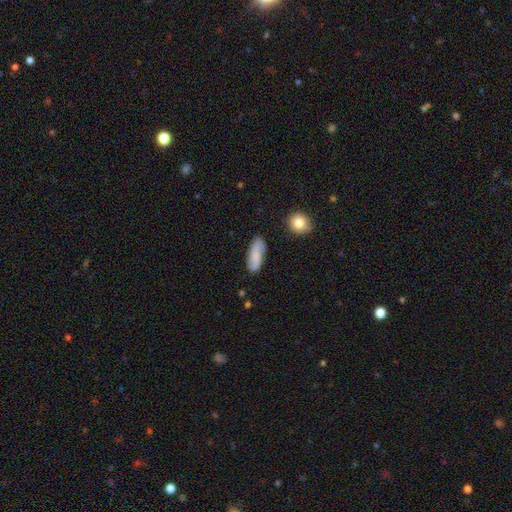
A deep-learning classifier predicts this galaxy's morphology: Smooth or featured? Predicted: smooth (p=0.72). How rounded? Predicted: in between (p=0.78). Merging? Predicted: none (p=0.75).